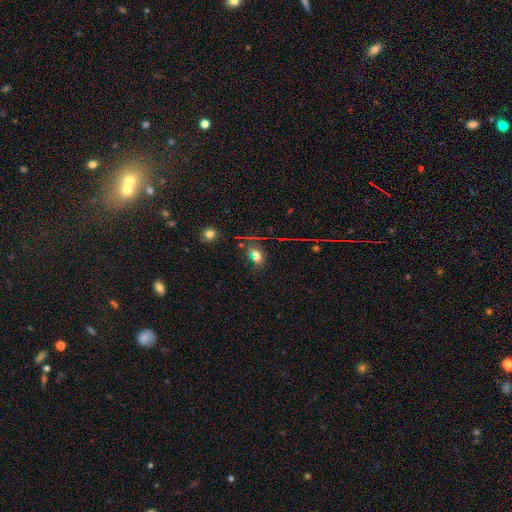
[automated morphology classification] A smooth galaxy with no disk features (68%) that is in between round and cigar-shaped (73%). Merging: none (71%).